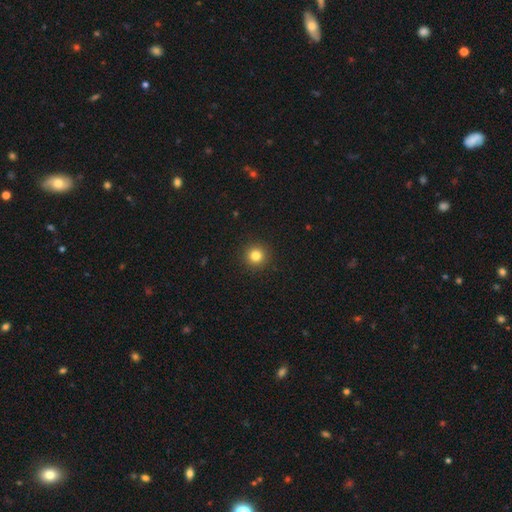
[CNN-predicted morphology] Smooth or featured: smooth — 83% (star or artifact — 12%)
How rounded: round — 95% (in between — 4%)
Merging: none — 93% (minor disturbance — 4%)